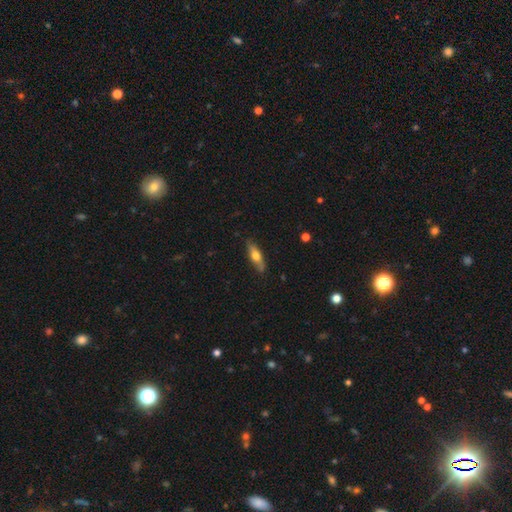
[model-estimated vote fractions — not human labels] Smooth or featured? smooth (52%)
How rounded? cigar-shaped (58%)
Merging? none (84%)